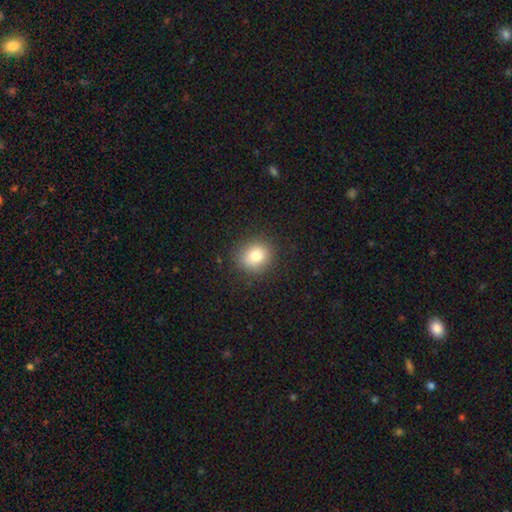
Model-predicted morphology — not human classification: smooth_or_featured: smooth (p=0.81) [alt: star or artifact p=0.11]
how_rounded: round (p=0.74) [alt: in between p=0.25]
merging: none (p=0.87) [alt: minor disturbance p=0.09]